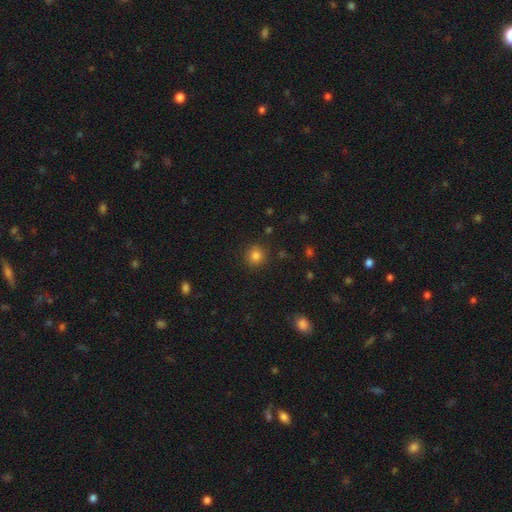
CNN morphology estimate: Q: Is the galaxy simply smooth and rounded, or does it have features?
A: smooth — 82%.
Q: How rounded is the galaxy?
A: round — 92%.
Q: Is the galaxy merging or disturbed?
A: none — 89%.